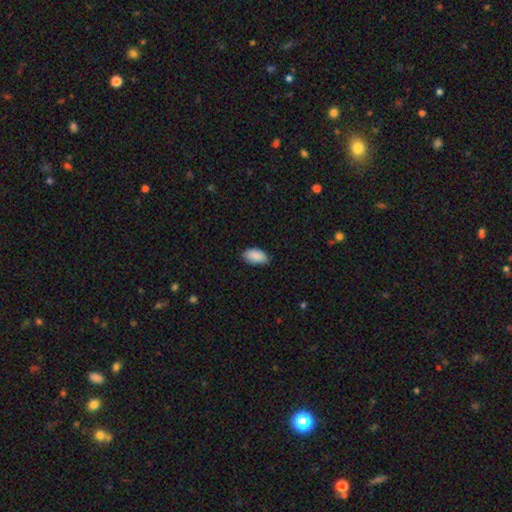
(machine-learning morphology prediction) smooth 90%, star or artifact 6%, featured or disk 4%. Down the decision tree: how rounded — in between (95%); merging — none (77%).